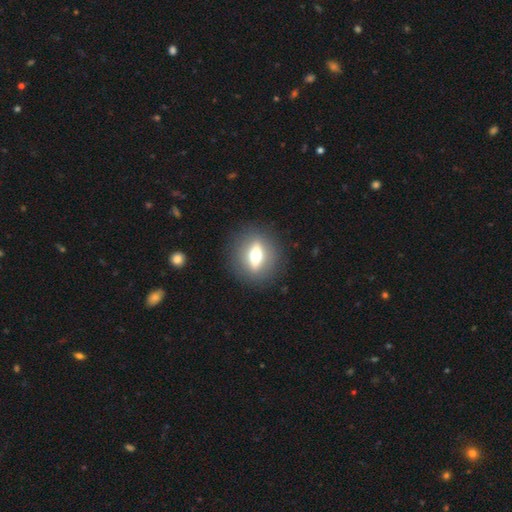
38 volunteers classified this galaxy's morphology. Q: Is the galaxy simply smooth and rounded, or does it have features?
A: smooth — 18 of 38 (47%).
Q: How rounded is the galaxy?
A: cigar-shaped — 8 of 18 (44%).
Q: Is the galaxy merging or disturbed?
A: none — 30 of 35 (86%).